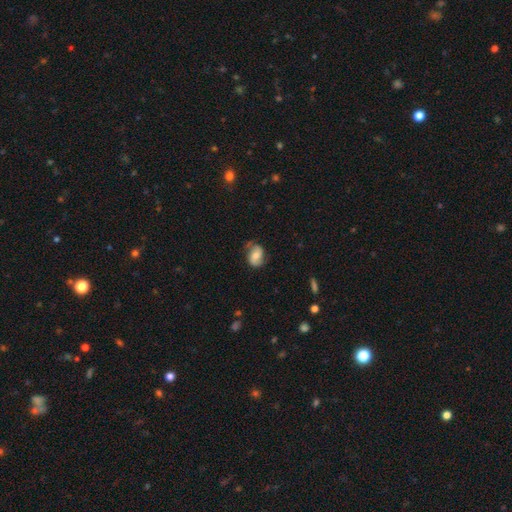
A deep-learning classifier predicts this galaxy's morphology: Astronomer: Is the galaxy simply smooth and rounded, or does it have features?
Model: featured or disk — 48% (runner-up: smooth, 44%).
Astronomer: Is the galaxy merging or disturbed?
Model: none — 62%.